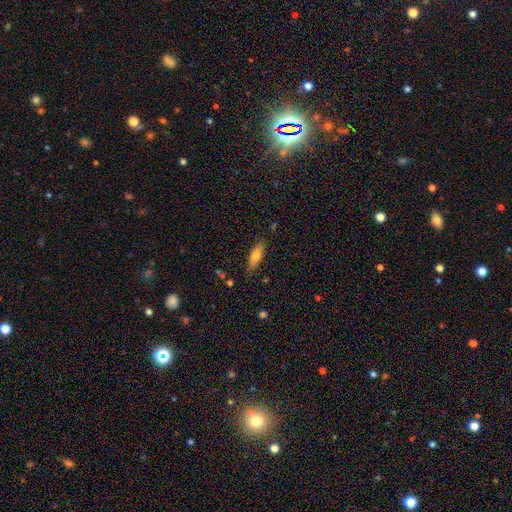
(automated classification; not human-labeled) Smooth or featured? Predicted: smooth (p=0.77). How rounded? Predicted: in between (p=0.65). Merging? Predicted: none (p=0.79).